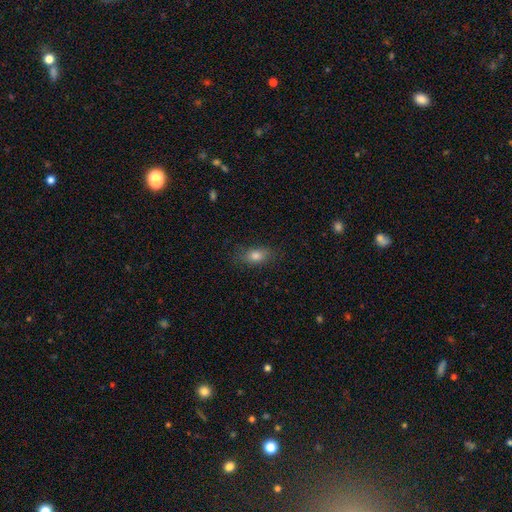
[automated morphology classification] A smooth galaxy with no disk features (79%) that is in between round and cigar-shaped (78%). Merging: none (81%).